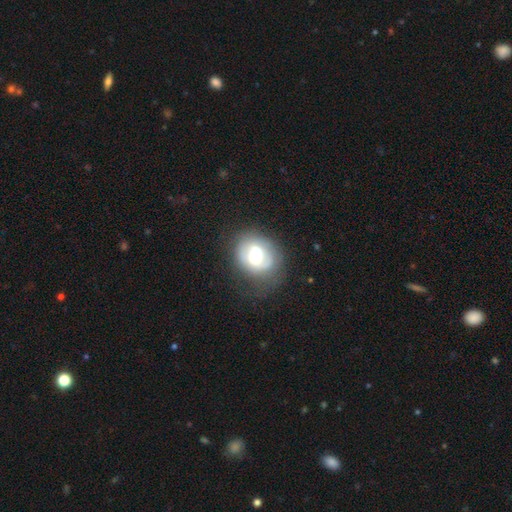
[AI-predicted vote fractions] Overall: featured or disk (58%; smooth 34%). Edge-on disk: no (97%). Bar: weak (48%; strong 27%). Spiral arms: yes (69%; no 31%). Bulge size: moderate (47%; large 36%). Merging: none (59%; minor disturbance 23%).